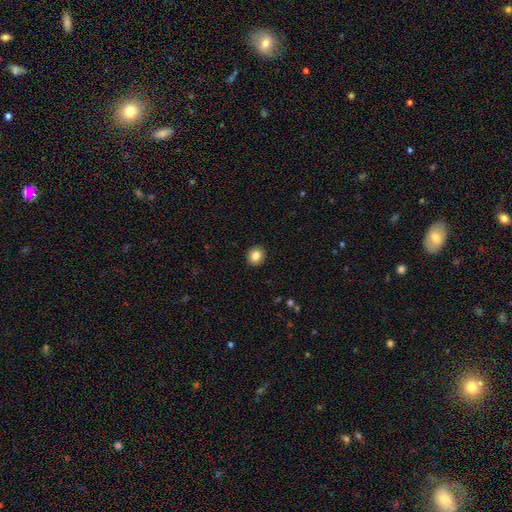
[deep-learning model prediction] This appears to be a smooth galaxy with no disk features (84%) that is round (75%). Merging: none (92%).